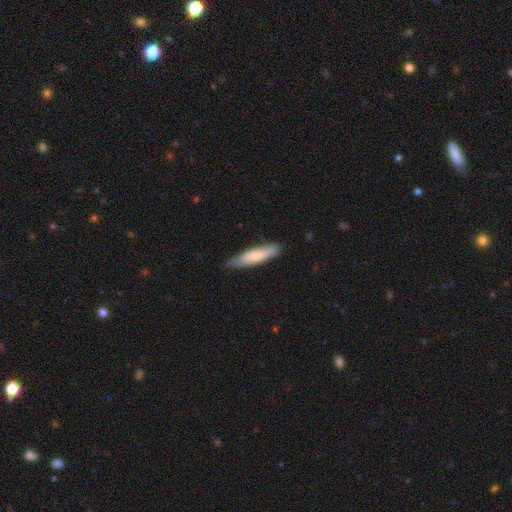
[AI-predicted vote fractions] A smooth galaxy with no disk features (74%) that is cigar-shaped (76%).

Vote fractions:
- Smooth or featured? smooth: 74% / featured or disk: 21% / star or artifact: 5%
- How rounded? cigar-shaped: 76% / in between: 23% / round: 1%
- Merging? none: 75% / minor disturbance: 21% / major disturbance: 3% / merger: 1%